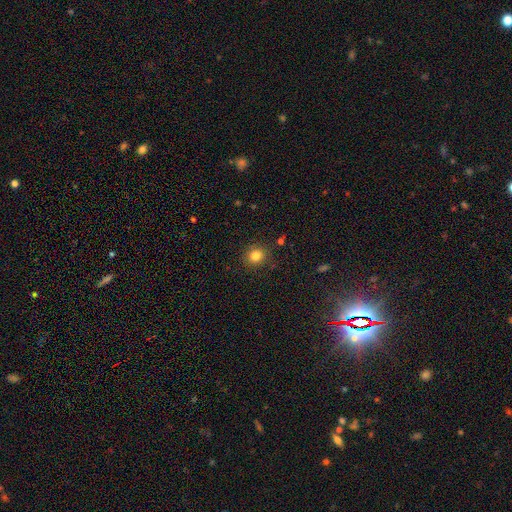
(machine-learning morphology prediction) smooth 82%, star or artifact 12%, featured or disk 6%. Down the decision tree: how rounded — round (84%); merging — none (89%).